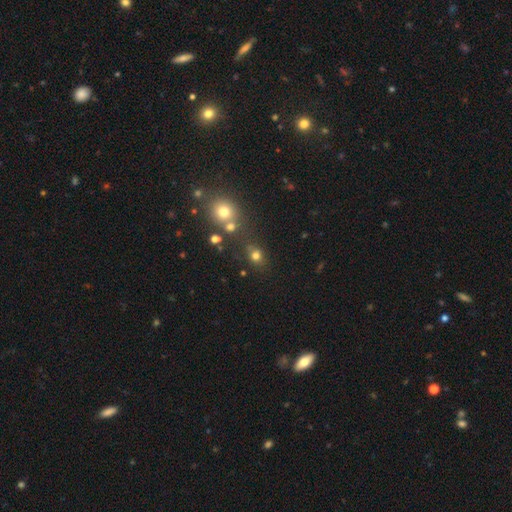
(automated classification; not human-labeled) Overall: smooth (72%). How rounded: round (70%). Merging: none (66%).